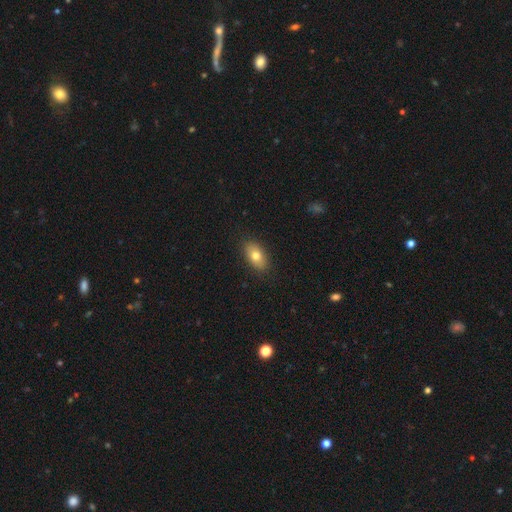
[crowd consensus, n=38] smooth_or_featured: smooth (p=0.87) [alt: featured or disk p=0.11]
how_rounded: in between (p=0.97) [alt: round p=0.03]
merging: none (p=0.78) [alt: minor disturbance p=0.22]